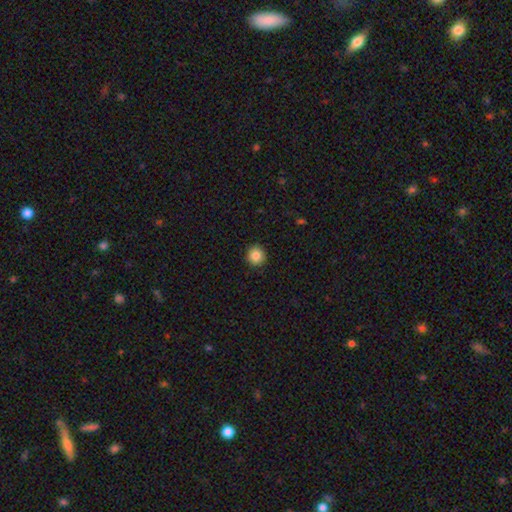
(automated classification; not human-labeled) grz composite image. It shows a smooth galaxy with no disk features (86%) that is round (94%). Merging: none (92%).